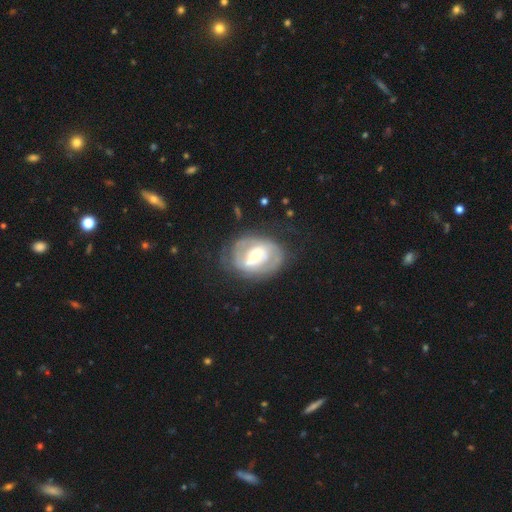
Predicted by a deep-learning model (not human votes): The model was most divided on "bar": weak: 39%, no: 36%, strong: 25%. Remaining: edge-on disk — no (97%); smooth or featured — featured or disk (73%); spiral arms — yes (73%); merging — none (60%); spiral arm count — 2 (59%); bulge size — moderate (49%); spiral winding — tight (49%).